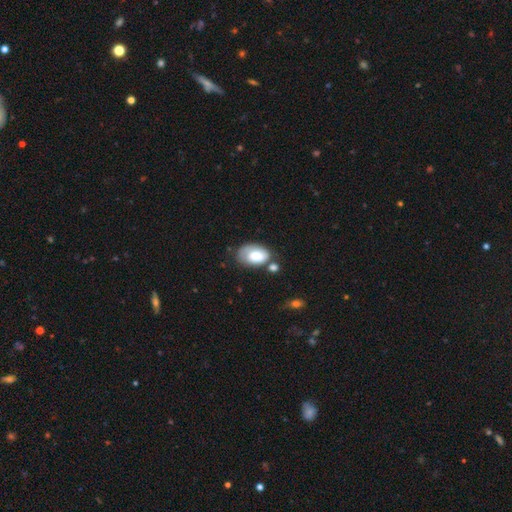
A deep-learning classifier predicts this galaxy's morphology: Smooth or featured? Predicted: smooth (p=0.69). How rounded? Predicted: in between (p=0.89). Merging? Predicted: none (p=0.49).